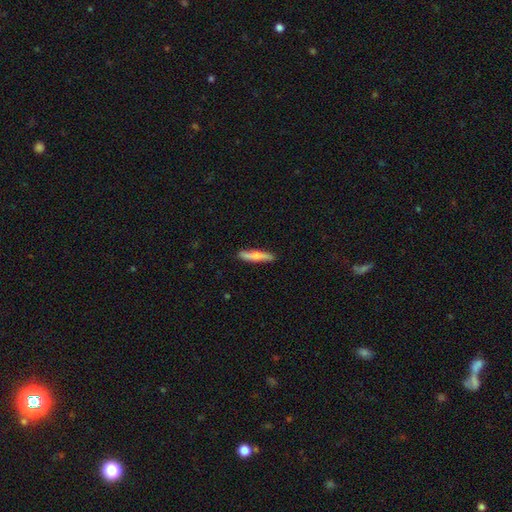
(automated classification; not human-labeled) The model was most divided on "smooth or featured": smooth: 68%, featured or disk: 27%, star or artifact: 5%. More confident: how rounded — cigar-shaped (89%); merging — none (86%).